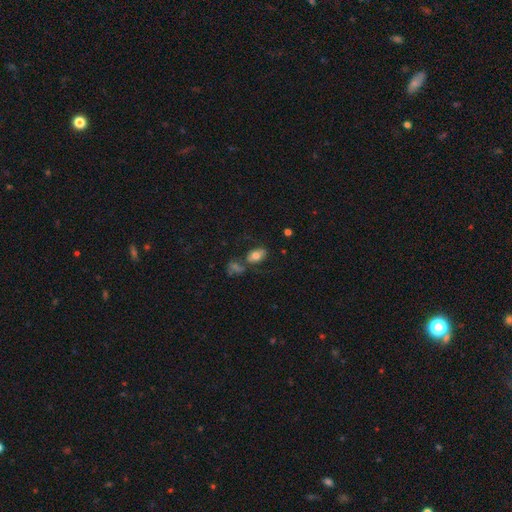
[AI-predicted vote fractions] Smooth or featured?
  - smooth: 71% *
  - featured or disk: 20%
  - star or artifact: 9%
How rounded?
  - in between: 88% *
  - round: 10%
  - cigar-shaped: 2%
Merging?
  - none: 57% *
  - merger: 18%
  - minor disturbance: 17%
  - major disturbance: 8%